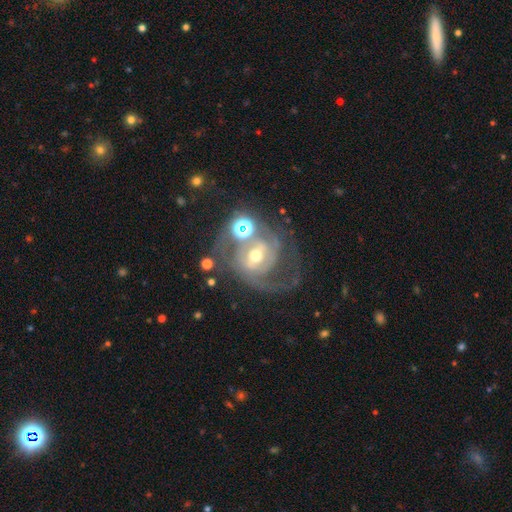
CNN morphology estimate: Smooth or featured? Predicted: featured or disk (p=0.79). Edge-on disk? Predicted: no (p=0.97). Bar? Predicted: weak (p=0.41). Spiral arms? Predicted: yes (p=0.88). Spiral winding? Predicted: medium (p=0.47). Spiral arm count? Predicted: 2 (p=0.57). Bulge size? Predicted: moderate (p=0.64). Merging? Predicted: none (p=0.48).